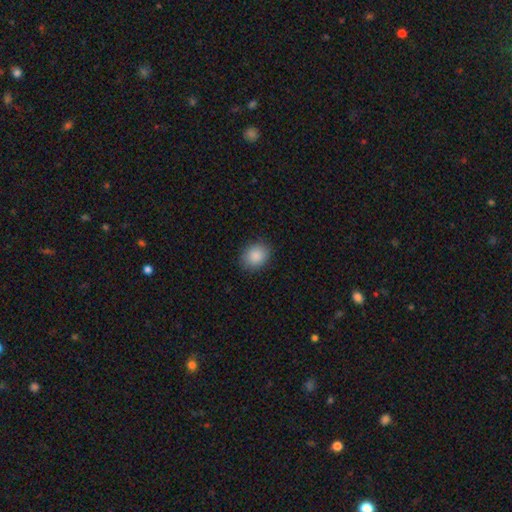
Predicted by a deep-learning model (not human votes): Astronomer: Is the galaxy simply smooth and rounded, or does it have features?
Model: smooth — 88%.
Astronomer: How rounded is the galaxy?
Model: round — 57% (runner-up: in between, 42%).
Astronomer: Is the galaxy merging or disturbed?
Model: none — 88%.